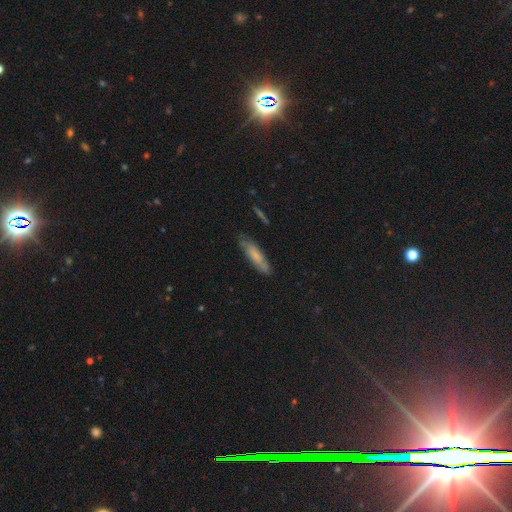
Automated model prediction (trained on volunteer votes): Q: Smooth or featured?
A: smooth (64%); runner-up: featured or disk (29%)
Q: How rounded?
A: cigar-shaped (72%); runner-up: in between (26%)
Q: Merging?
A: none (74%); runner-up: minor disturbance (20%)